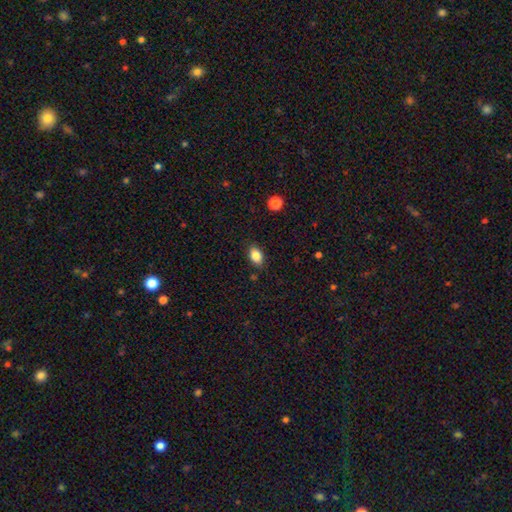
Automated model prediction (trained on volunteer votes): Smooth or featured?
  - smooth: 85% *
  - star or artifact: 9%
  - featured or disk: 6%
How rounded?
  - in between: 85% *
  - round: 13%
  - cigar-shaped: 2%
Merging?
  - none: 85% *
  - minor disturbance: 11%
  - major disturbance: 3%
  - merger: 1%